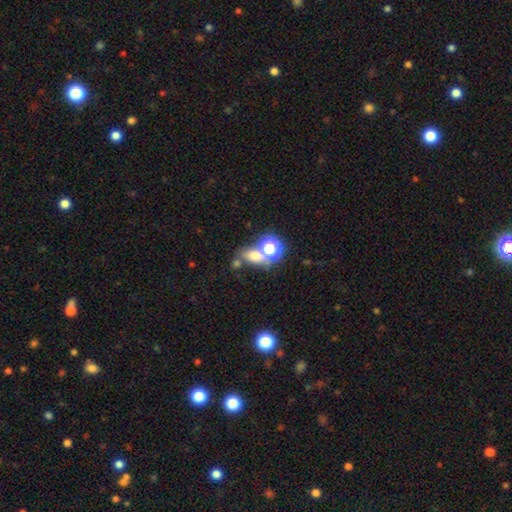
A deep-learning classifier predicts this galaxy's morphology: smooth 63%, star or artifact 25%, featured or disk 13%. Down the decision tree: how rounded — in between (59%); merging — none (46%).